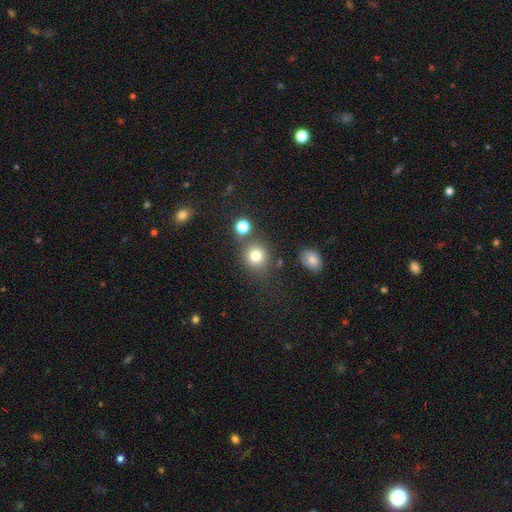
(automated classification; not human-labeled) Smooth or featured? Predicted: smooth (p=0.79). How rounded? Predicted: round (p=0.83). Merging? Predicted: none (p=0.73).